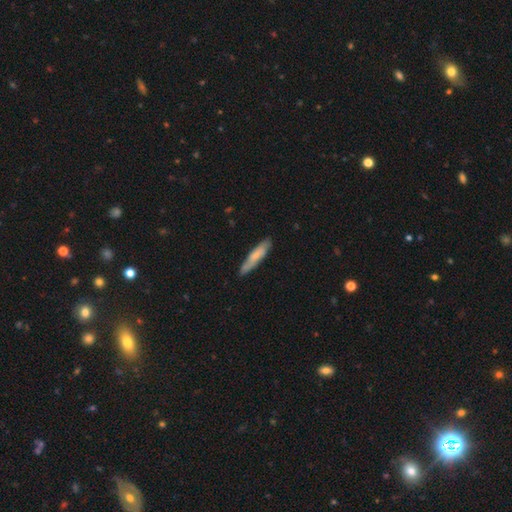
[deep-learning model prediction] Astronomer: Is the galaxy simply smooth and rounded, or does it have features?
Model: smooth — 66%.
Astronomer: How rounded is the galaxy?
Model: cigar-shaped — 87%.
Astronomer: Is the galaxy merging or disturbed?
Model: none — 83%.